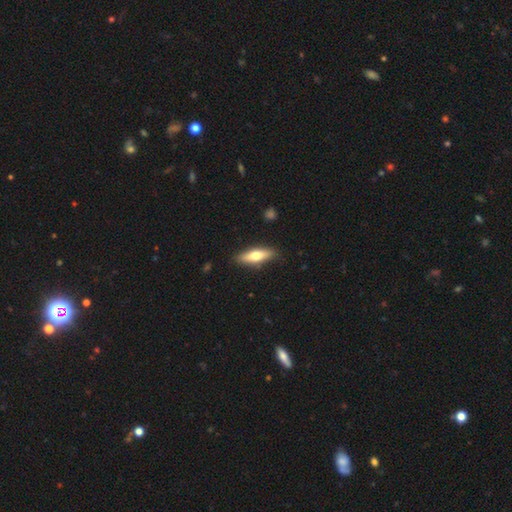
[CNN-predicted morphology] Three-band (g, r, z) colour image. It shows a smooth galaxy with no disk features (60%) that is cigar-shaped (52%). Merging: none (87%).